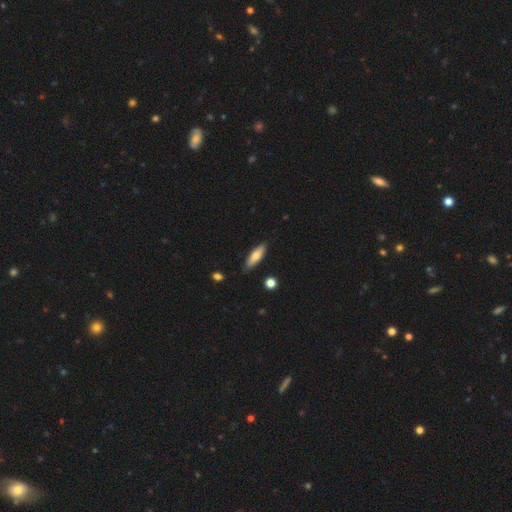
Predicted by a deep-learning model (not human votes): smooth-or-featured: smooth: 67% | featured or disk: 26% | star or artifact: 6%
  how-rounded: cigar-shaped: 57% | in between: 41% | round: 2%
  merging: none: 86% | minor disturbance: 10% | major disturbance: 2% | merger: 2%